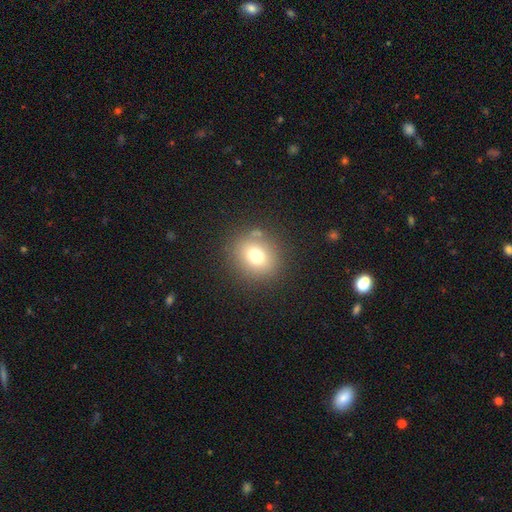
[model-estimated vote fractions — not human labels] smooth-or-featured: smooth: 74% | star or artifact: 14% | featured or disk: 12%
  how-rounded: round: 77% | in between: 22% | cigar-shaped: 1%
  merging: none: 84% | minor disturbance: 9% | major disturbance: 4% | merger: 3%